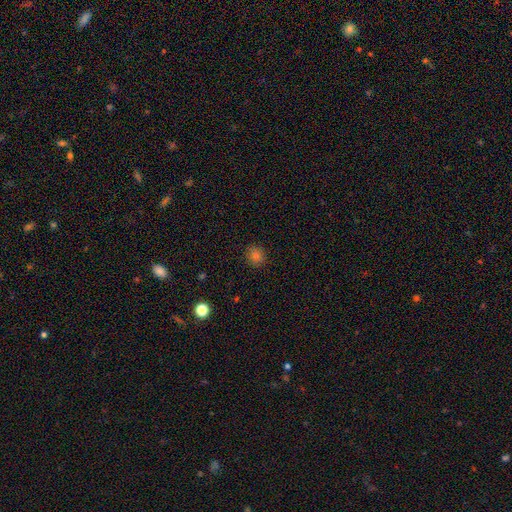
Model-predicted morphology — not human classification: smooth-or-featured: smooth: 78% | star or artifact: 15% | featured or disk: 7%
  how-rounded: round: 86% | in between: 13% | cigar-shaped: 1%
  merging: none: 90% | minor disturbance: 7% | major disturbance: 2% | merger: 1%